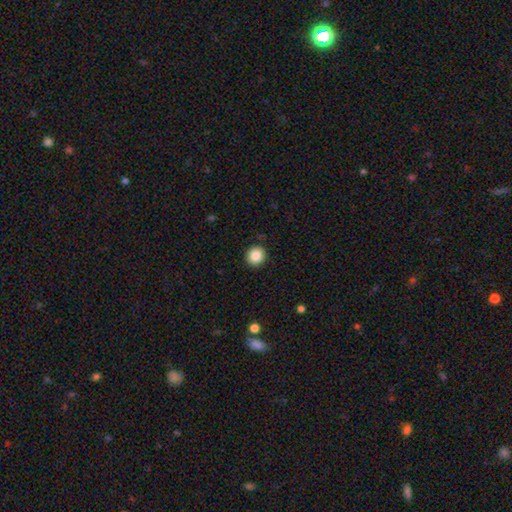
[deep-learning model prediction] Overall: smooth (87%). How rounded: round (89%). Merging: none (90%).